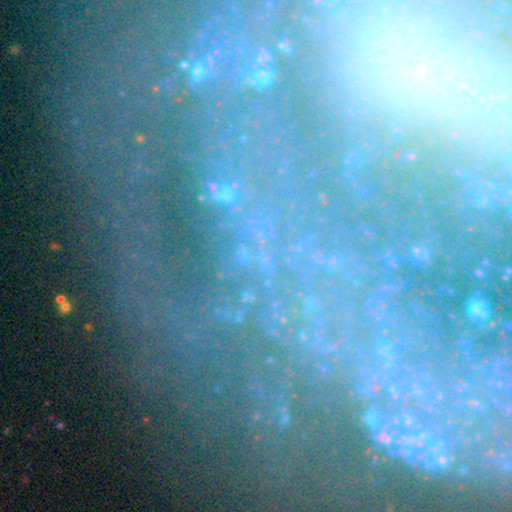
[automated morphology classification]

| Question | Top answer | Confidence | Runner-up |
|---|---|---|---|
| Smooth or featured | star or artifact | 56% | featured or disk (31%) |